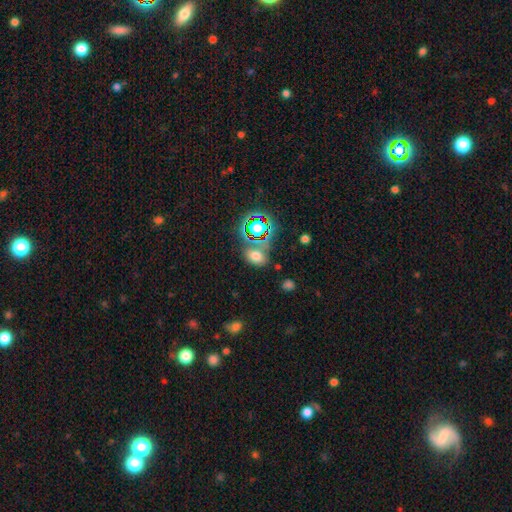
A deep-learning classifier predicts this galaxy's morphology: The model was most divided on "smooth or featured": smooth: 63%, star or artifact: 27%, featured or disk: 10%. More confident: how rounded — in between (74%); merging — none (64%).